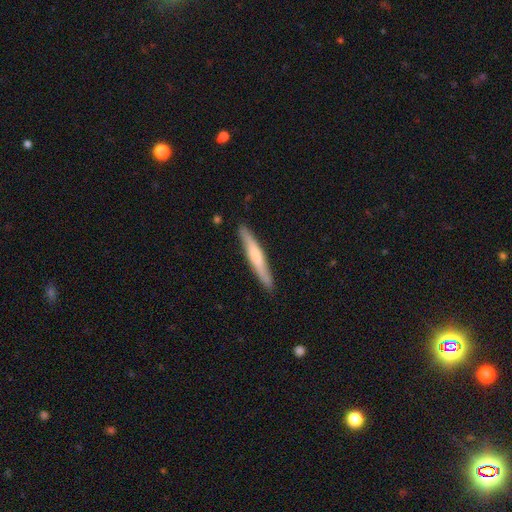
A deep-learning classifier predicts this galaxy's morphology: Smooth or featured: smooth — 51% (featured or disk — 44%)
How rounded: cigar-shaped — 94% (in between — 4%)
Merging: none — 87% (minor disturbance — 10%)